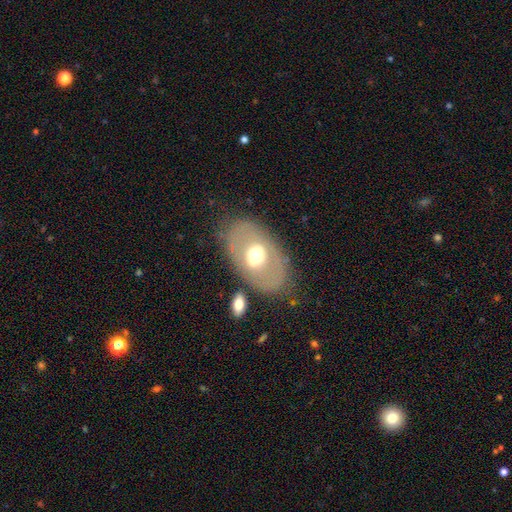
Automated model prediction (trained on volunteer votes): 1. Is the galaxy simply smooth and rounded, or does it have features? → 51% featured or disk, 41% smooth, 8% star or artifact.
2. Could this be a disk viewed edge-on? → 88% no, 12% yes.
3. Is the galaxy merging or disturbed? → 72% none, 14% minor disturbance, 7% major disturbance, 6% merger.